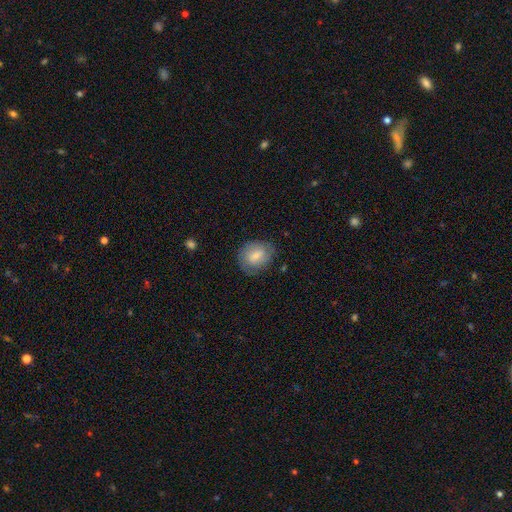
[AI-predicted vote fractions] Smooth or featured? Predicted: smooth (p=0.69). How rounded? Predicted: round (p=0.53). Merging? Predicted: none (p=0.74).